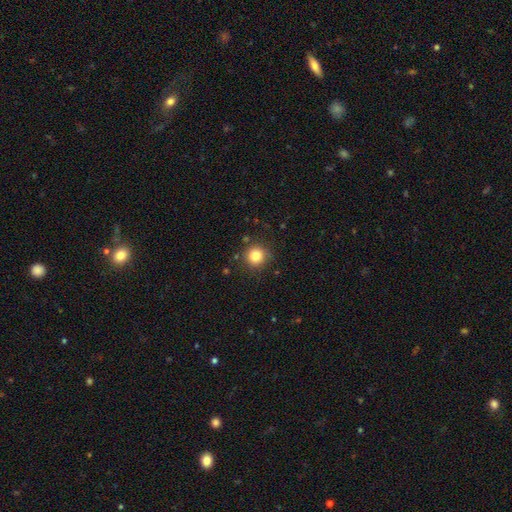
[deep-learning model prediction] Q: Smooth or featured?
A: smooth (81%); runner-up: star or artifact (12%)
Q: How rounded?
A: round (94%); runner-up: in between (5%)
Q: Merging?
A: none (88%); runner-up: minor disturbance (8%)